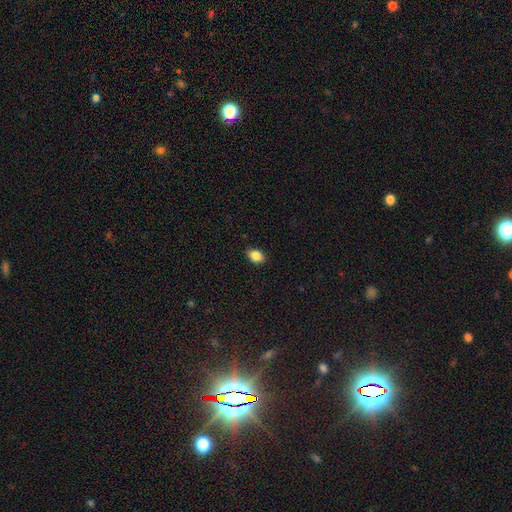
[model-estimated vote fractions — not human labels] Smooth or featured?
  - smooth: 86% *
  - star or artifact: 9%
  - featured or disk: 5%
How rounded?
  - in between: 81% *
  - round: 18%
  - cigar-shaped: 1%
Merging?
  - none: 87% *
  - minor disturbance: 10%
  - major disturbance: 2%
  - merger: 1%